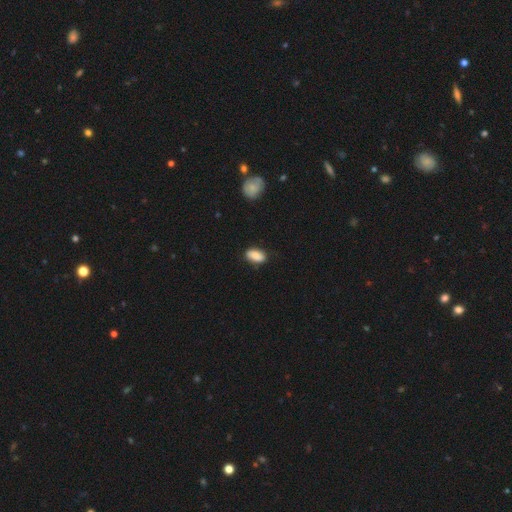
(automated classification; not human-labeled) Smooth or featured? Predicted: smooth (p=0.86). How rounded? Predicted: in between (p=0.92). Merging? Predicted: none (p=0.81).